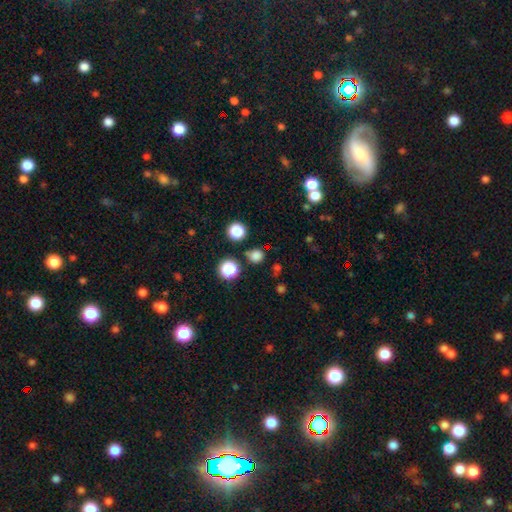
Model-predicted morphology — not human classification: The model was most divided on "smooth or featured": smooth: 71%, star or artifact: 24%, featured or disk: 4%. More confident: how rounded — round (90%); merging — none (83%).